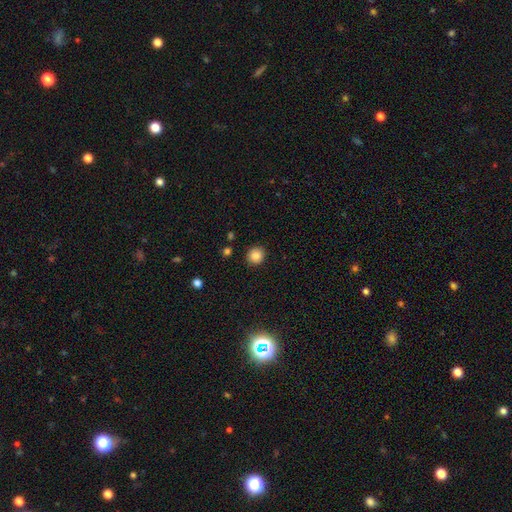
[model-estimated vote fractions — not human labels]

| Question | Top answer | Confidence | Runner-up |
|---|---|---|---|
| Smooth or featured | smooth | 85% | star or artifact (10%) |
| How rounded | round | 89% | in between (10%) |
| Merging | none | 90% | minor disturbance (7%) |